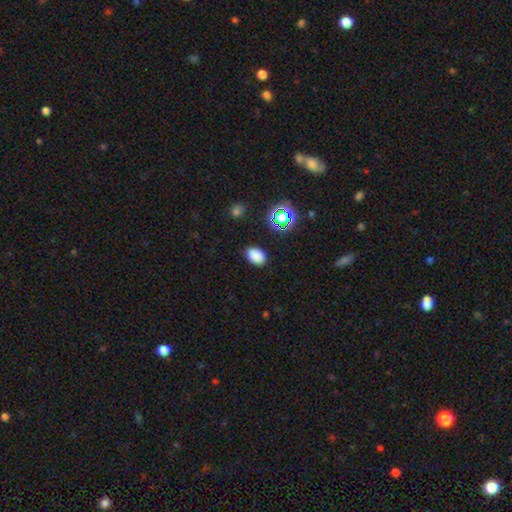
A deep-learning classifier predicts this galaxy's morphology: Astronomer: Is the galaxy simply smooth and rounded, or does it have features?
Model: smooth — 82%.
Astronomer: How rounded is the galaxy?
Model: in between — 83%.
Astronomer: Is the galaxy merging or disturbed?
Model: none — 85%.